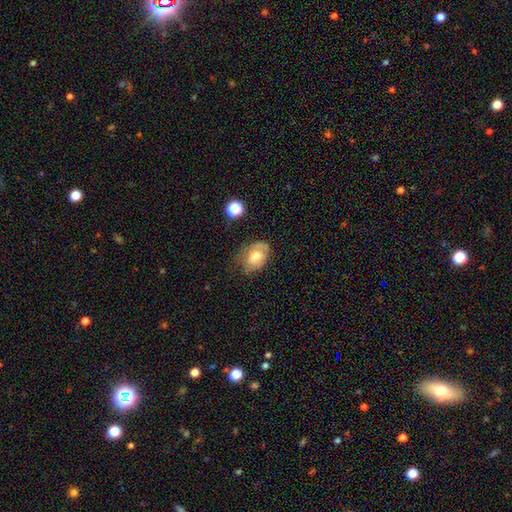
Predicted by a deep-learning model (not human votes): Morphology: type=smooth (58%); roundness=in between (76%); merging=none (51%).